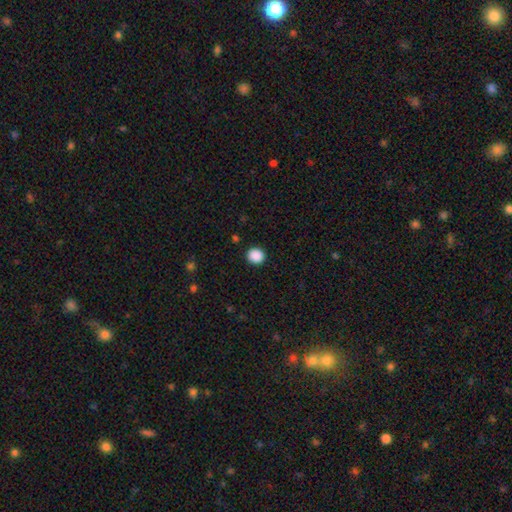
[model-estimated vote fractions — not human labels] The model was most divided on "how rounded": round: 89%, in between: 10%, cigar-shaped: 1%. More confident: merging — none (92%); smooth or featured — smooth (89%).